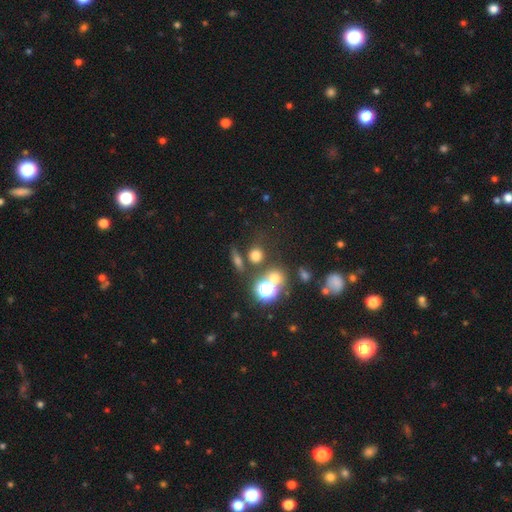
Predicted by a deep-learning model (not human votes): Smooth or featured? Predicted: smooth (p=0.66). How rounded? Predicted: round (p=0.83). Merging? Predicted: none (p=0.72).